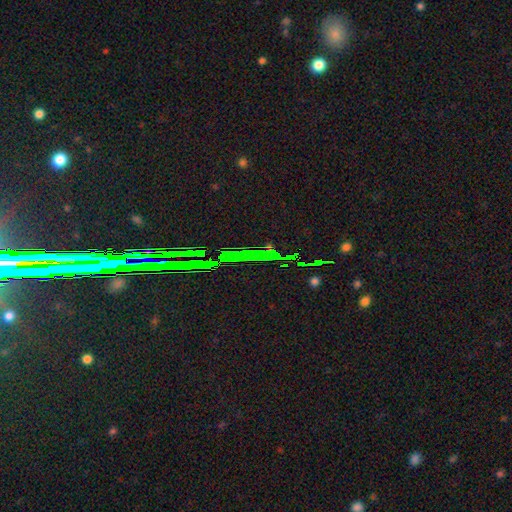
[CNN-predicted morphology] star or artifact 81%, featured or disk 10%, smooth 9%.